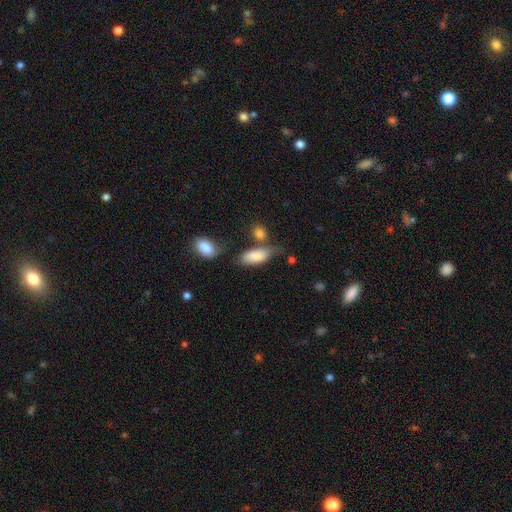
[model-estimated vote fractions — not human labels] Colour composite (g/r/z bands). It shows a smooth galaxy with no disk features (84%) that is in between round and cigar-shaped (85%). Merging: none (48%).